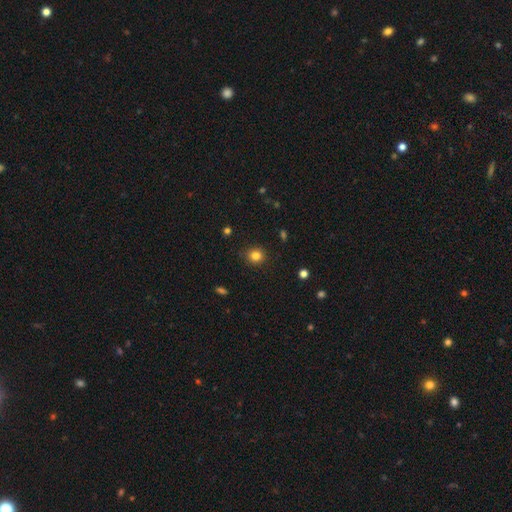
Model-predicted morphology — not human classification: Smooth or featured? Predicted: smooth (p=0.82). How rounded? Predicted: round (p=0.87). Merging? Predicted: none (p=0.88).